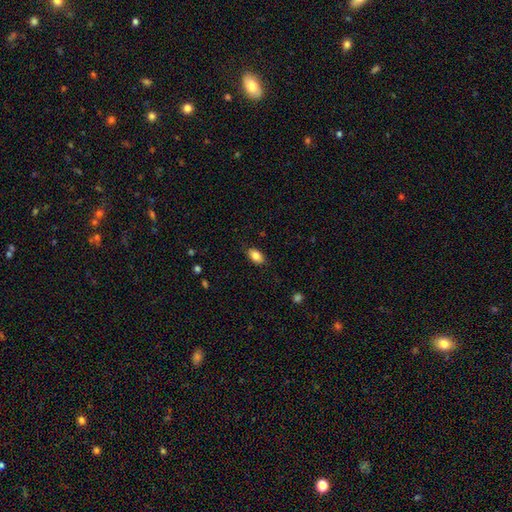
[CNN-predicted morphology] A smooth galaxy with no disk features (83%) that is in between round and cigar-shaped (90%). Merging: none (83%).